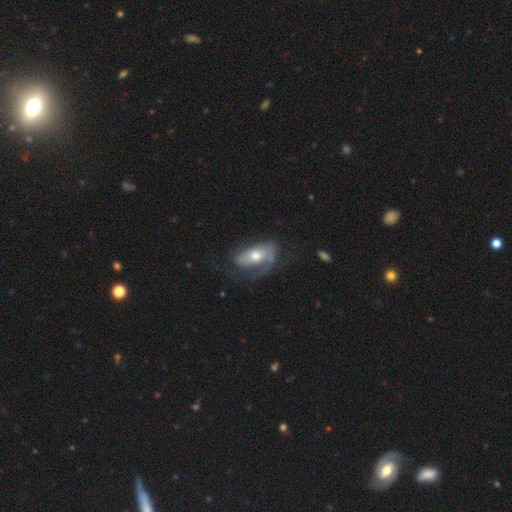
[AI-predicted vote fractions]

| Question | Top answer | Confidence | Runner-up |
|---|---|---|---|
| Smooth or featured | featured or disk | 61% | smooth (32%) |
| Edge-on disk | no | 91% | yes (9%) |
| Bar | no | 65% | weak (24%) |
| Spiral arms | yes | 73% | no (27%) |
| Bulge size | moderate | 65% | small (25%) |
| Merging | none | 41% | major disturbance (34%) |